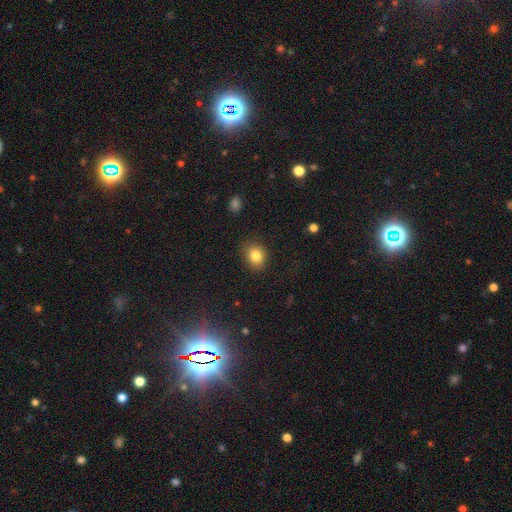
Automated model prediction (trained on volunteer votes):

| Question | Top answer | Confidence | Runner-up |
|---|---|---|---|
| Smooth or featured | smooth | 83% | star or artifact (11%) |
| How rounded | round | 63% | in between (36%) |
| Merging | none | 82% | minor disturbance (13%) |